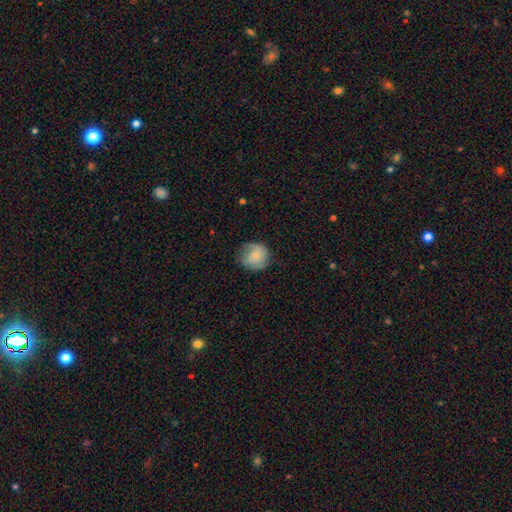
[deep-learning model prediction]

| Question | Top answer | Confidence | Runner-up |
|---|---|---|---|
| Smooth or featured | smooth | 64% | featured or disk (29%) |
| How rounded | round | 86% | in between (13%) |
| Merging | none | 68% | minor disturbance (23%) |